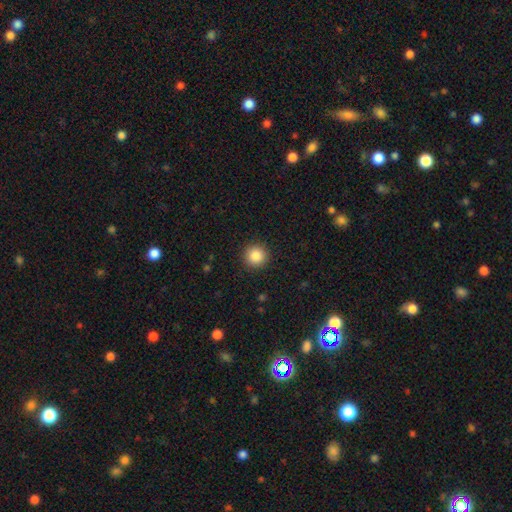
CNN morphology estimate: Smooth or featured? Predicted: smooth (p=0.86). How rounded? Predicted: round (p=0.95). Merging? Predicted: none (p=0.92).